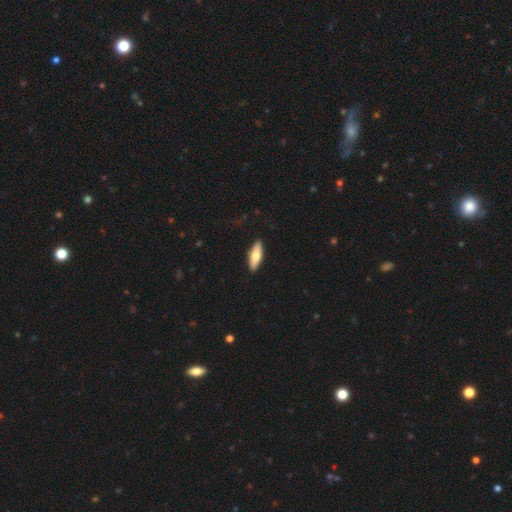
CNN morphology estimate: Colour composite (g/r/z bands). It shows a smooth galaxy with no disk features (65%) that is cigar-shaped (51%). Merging: none (90%).